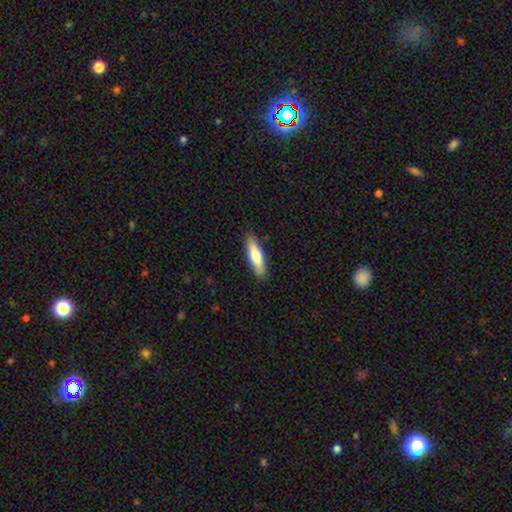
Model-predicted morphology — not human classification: The model was most divided on "how rounded": cigar-shaped: 67%, in between: 31%, round: 2%. More confident: merging — none (88%); smooth or featured — smooth (66%).